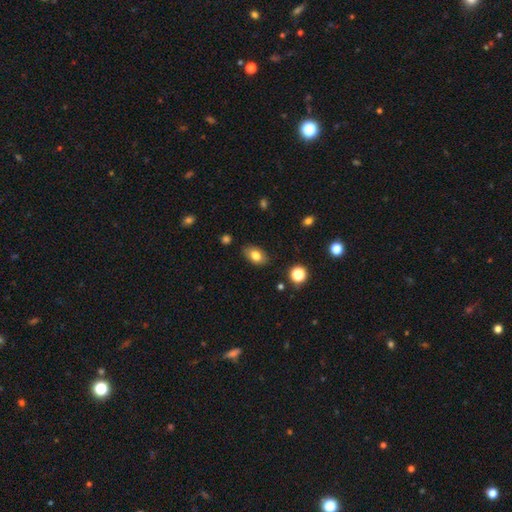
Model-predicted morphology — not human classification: This appears to be a smooth galaxy with no disk features (79%) that is in between round and cigar-shaped (86%). Merging: none (84%).